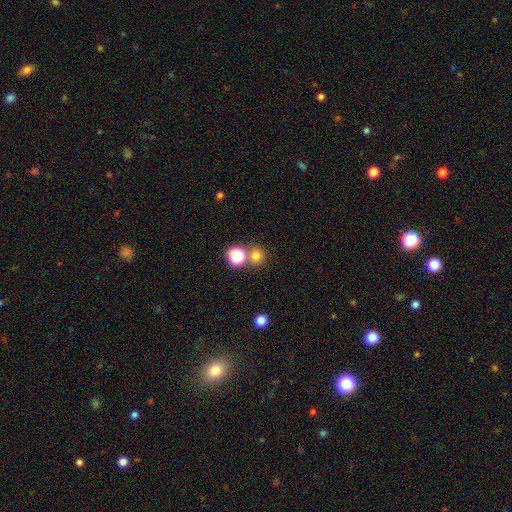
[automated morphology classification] Q: Smooth or featured?
A: smooth (75%); runner-up: star or artifact (18%)
Q: How rounded?
A: round (88%); runner-up: in between (11%)
Q: Merging?
A: none (63%); runner-up: merger (28%)